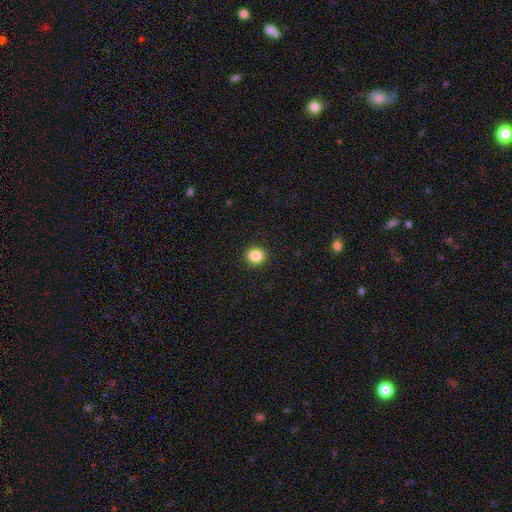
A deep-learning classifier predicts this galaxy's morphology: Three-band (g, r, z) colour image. It shows a smooth galaxy with no disk features (85%) that is round (89%). Merging: none (92%).